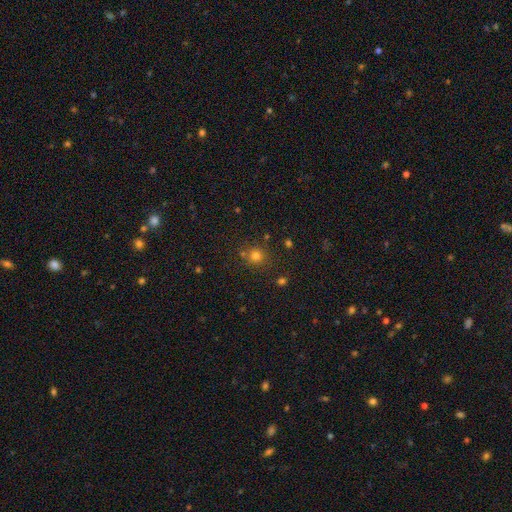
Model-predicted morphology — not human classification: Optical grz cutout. It shows a smooth galaxy with no disk features (73%) that is round (89%). Merging: none (77%).